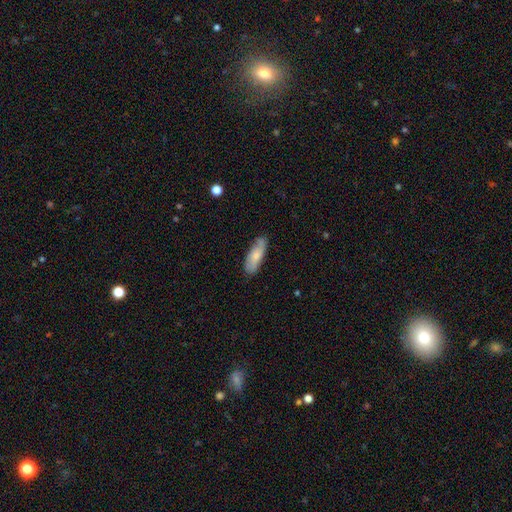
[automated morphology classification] Smooth or featured: smooth — 71% (featured or disk — 23%)
How rounded: in between — 62% (cigar-shaped — 36%)
Merging: none — 76% (minor disturbance — 19%)